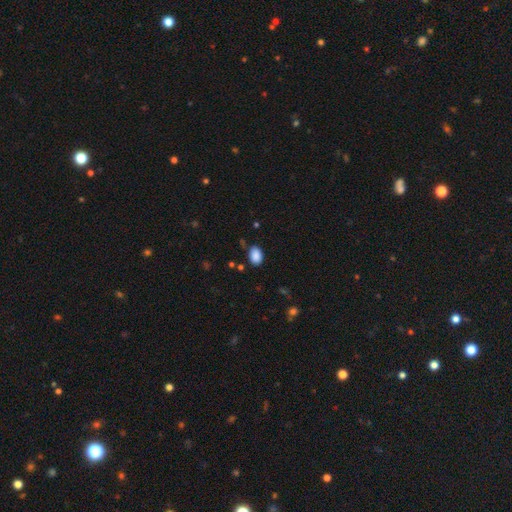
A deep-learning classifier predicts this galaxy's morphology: Smooth or featured?
  - smooth: 89% *
  - star or artifact: 8%
  - featured or disk: 3%
How rounded?
  - in between: 84% *
  - round: 15%
  - cigar-shaped: 1%
Merging?
  - none: 81% *
  - minor disturbance: 13%
  - major disturbance: 3%
  - merger: 2%